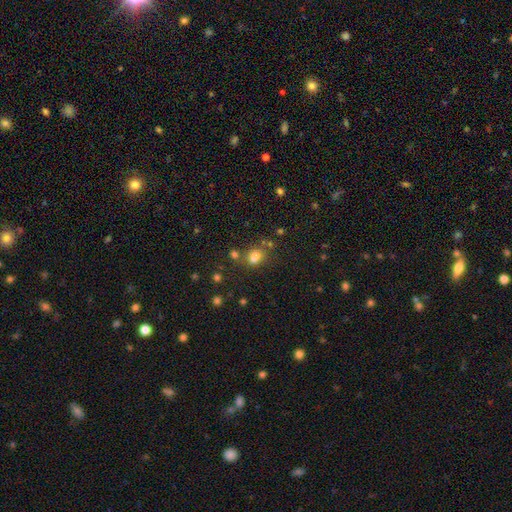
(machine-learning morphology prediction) A smooth galaxy with no disk features (71%) that is round (50%). Merging: none (49%).